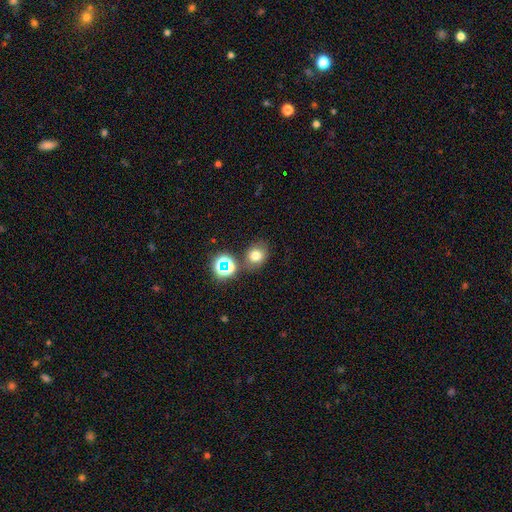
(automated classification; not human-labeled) A smooth galaxy with no disk features (71%) that is round (63%). Merging: none (72%).